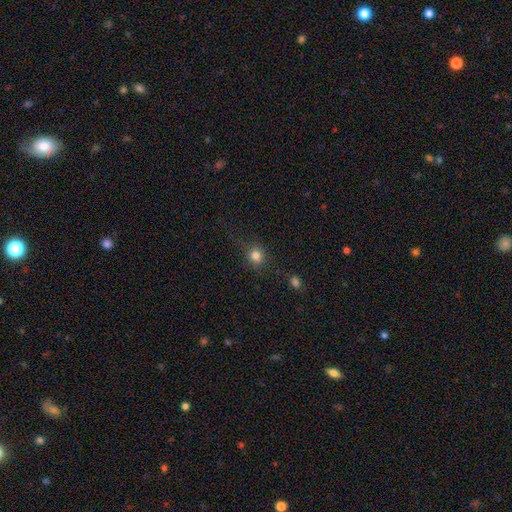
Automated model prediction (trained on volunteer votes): Morphology: type=smooth (80%); roundness=round (82%); merging=none (74%).